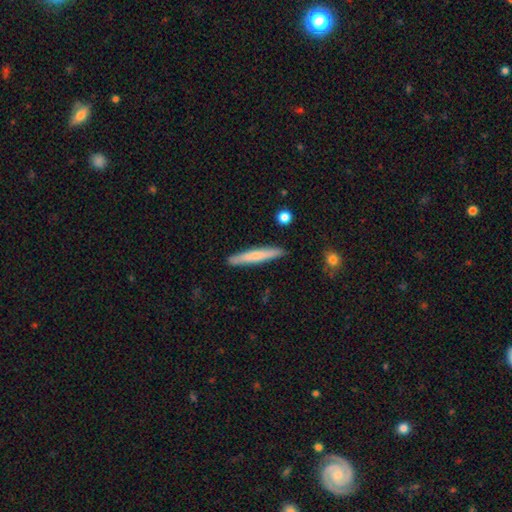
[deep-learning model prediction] Smooth or featured?
  - smooth: 64% *
  - featured or disk: 30%
  - star or artifact: 6%
How rounded?
  - cigar-shaped: 95% *
  - in between: 3%
  - round: 1%
Merging?
  - none: 90% *
  - minor disturbance: 7%
  - merger: 1%
  - major disturbance: 1%